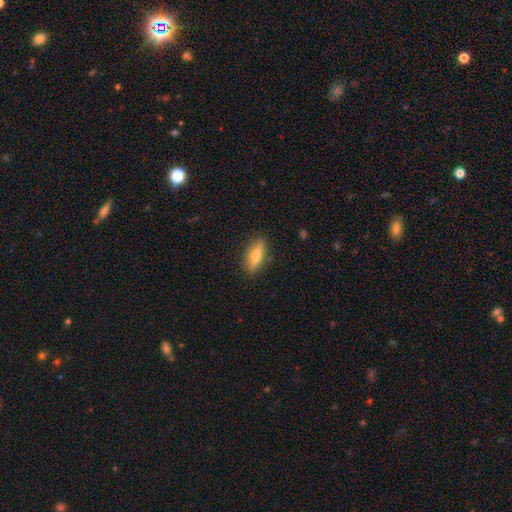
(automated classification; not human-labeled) Morphology: type=smooth (48%); merging=none (86%).